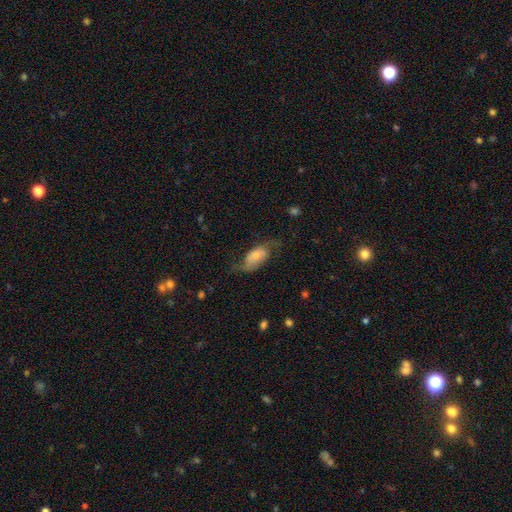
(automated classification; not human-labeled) smooth-or-featured: smooth: 54% | featured or disk: 38% | star or artifact: 8%
  how-rounded: in between: 89% | cigar-shaped: 6% | round: 5%
  merging: none: 45% | minor disturbance: 27% | major disturbance: 25% | merger: 2%